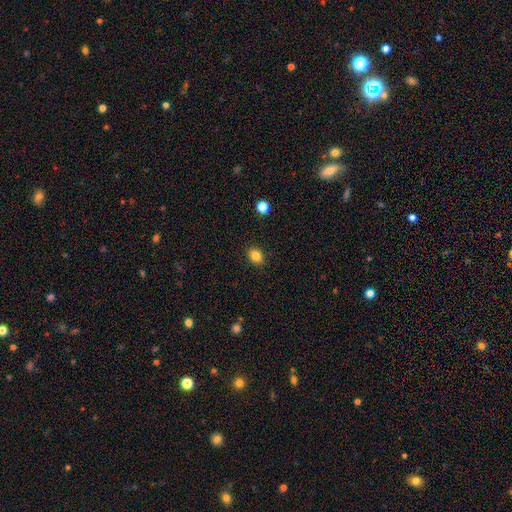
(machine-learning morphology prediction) Q: Smooth or featured?
A: smooth (83%); runner-up: star or artifact (11%)
Q: How rounded?
A: in between (62%); runner-up: round (37%)
Q: Merging?
A: none (88%); runner-up: minor disturbance (9%)